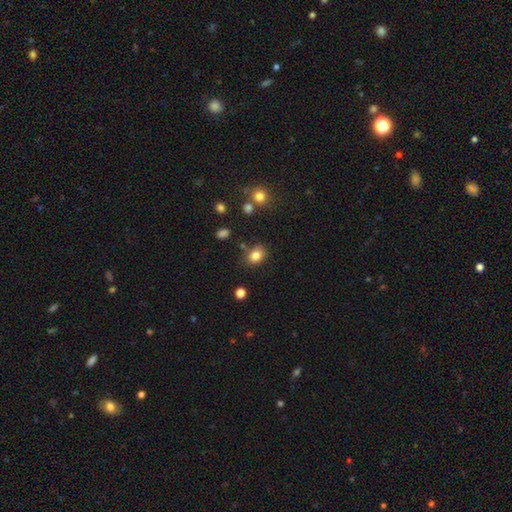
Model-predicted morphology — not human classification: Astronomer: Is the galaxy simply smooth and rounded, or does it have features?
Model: smooth — 82%.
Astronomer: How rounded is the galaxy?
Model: in between — 60% (runner-up: round, 39%).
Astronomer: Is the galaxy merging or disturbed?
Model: none — 75%.